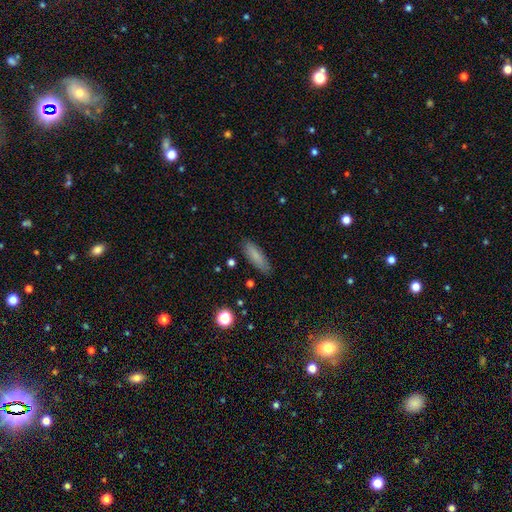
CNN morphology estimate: Overall: smooth (82%). How rounded: cigar-shaped (50%; in between 48%). Merging: none (84%).